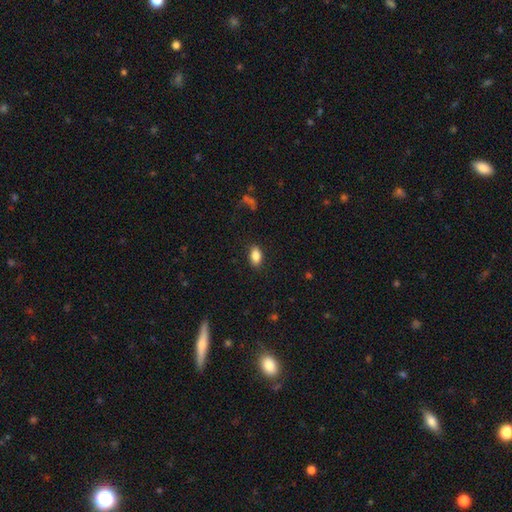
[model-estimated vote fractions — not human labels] A smooth galaxy with no disk features (85%) that is in between round and cigar-shaped (91%).

Vote fractions:
- Smooth or featured? smooth: 85% / star or artifact: 8% / featured or disk: 7%
- How rounded? in between: 91% / round: 7% / cigar-shaped: 3%
- Merging? none: 87% / minor disturbance: 9% / major disturbance: 3% / merger: 1%